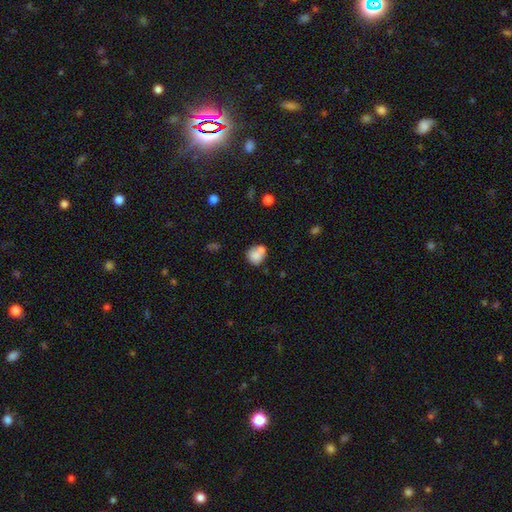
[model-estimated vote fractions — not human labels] Q: Smooth or featured?
A: smooth (79%); runner-up: featured or disk (12%)
Q: How rounded?
A: round (76%); runner-up: in between (23%)
Q: Merging?
A: none (44%); runner-up: merger (38%)